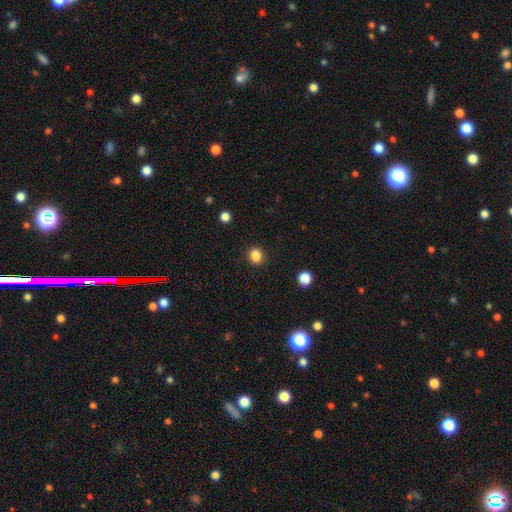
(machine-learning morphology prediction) Smooth or featured? smooth (85%)
How rounded? round (72%)
Merging? none (90%)